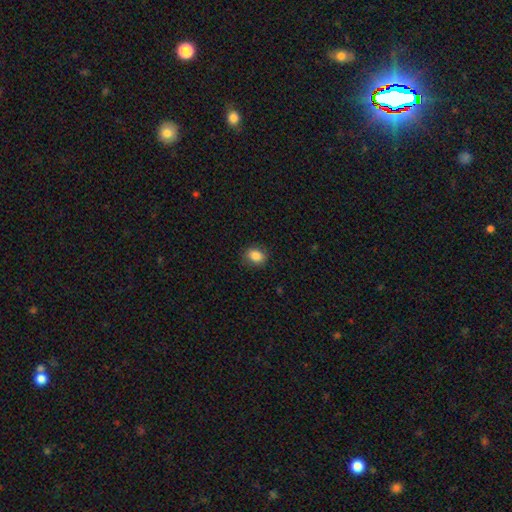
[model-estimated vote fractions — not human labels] smooth_or_featured: smooth (p=0.86) [alt: star or artifact p=0.09]
how_rounded: in between (p=0.54) [alt: round p=0.45]
merging: none (p=0.87) [alt: minor disturbance p=0.10]